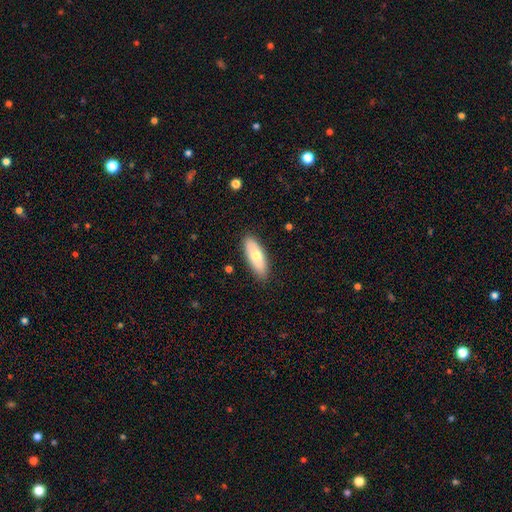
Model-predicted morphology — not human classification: type=smooth (69%); roundness=in between (75%); merging=none (87%).